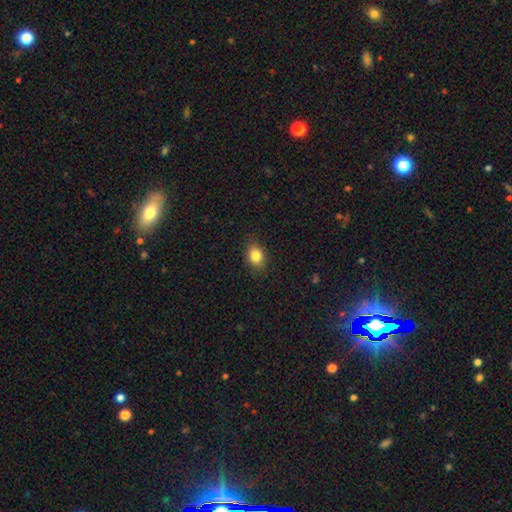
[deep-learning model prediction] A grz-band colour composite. It shows a smooth galaxy with no disk features (84%) that is in between round and cigar-shaped (62%). Merging: none (86%).